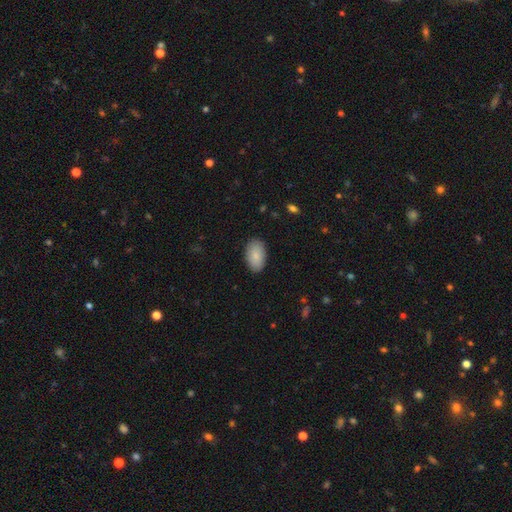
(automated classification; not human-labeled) A smooth galaxy with no disk features (86%) that is in between round and cigar-shaped (94%).

Vote fractions:
- Smooth or featured? smooth: 86% / featured or disk: 8% / star or artifact: 6%
- How rounded? in between: 94% / round: 5% / cigar-shaped: 1%
- Merging? none: 87% / minor disturbance: 9% / major disturbance: 2% / merger: 1%